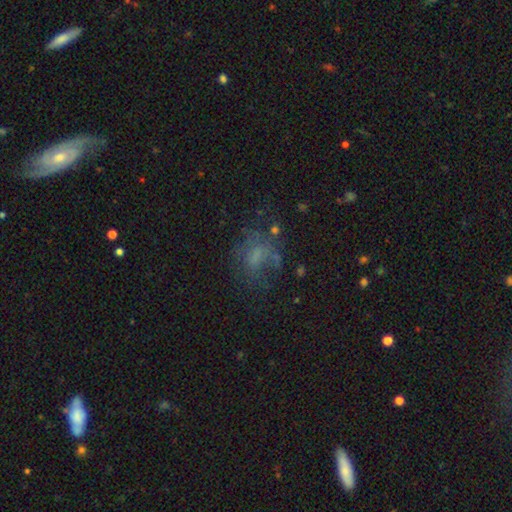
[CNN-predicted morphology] Q: Smooth or featured?
A: smooth (42%); runner-up: featured or disk (37%)
Q: Merging?
A: none (42%); runner-up: major disturbance (33%)